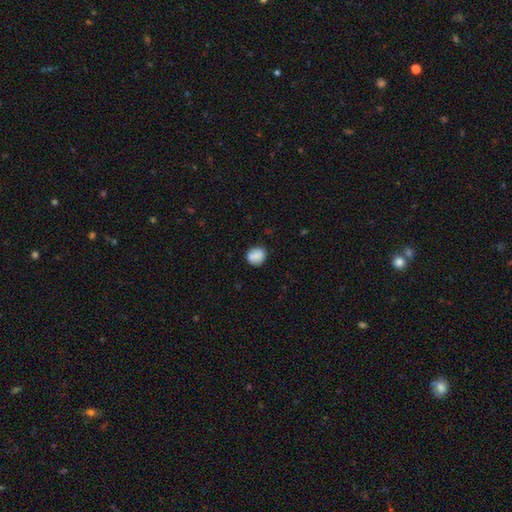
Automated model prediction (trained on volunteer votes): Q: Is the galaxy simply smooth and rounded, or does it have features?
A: smooth — 83%.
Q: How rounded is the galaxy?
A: round — 78%.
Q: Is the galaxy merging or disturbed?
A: none — 80%.